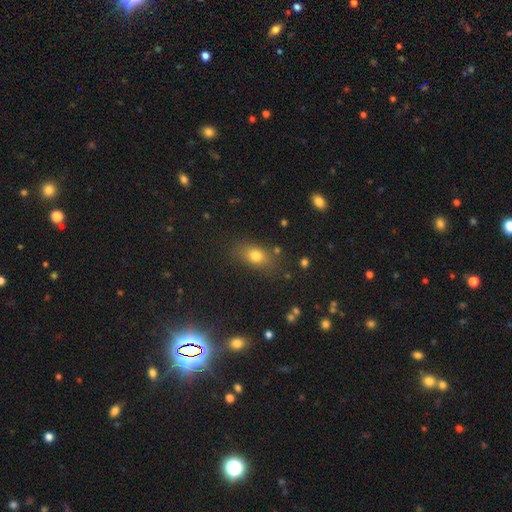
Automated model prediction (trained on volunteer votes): Overall: smooth (76%). How rounded: in between (72%). Merging: none (77%).